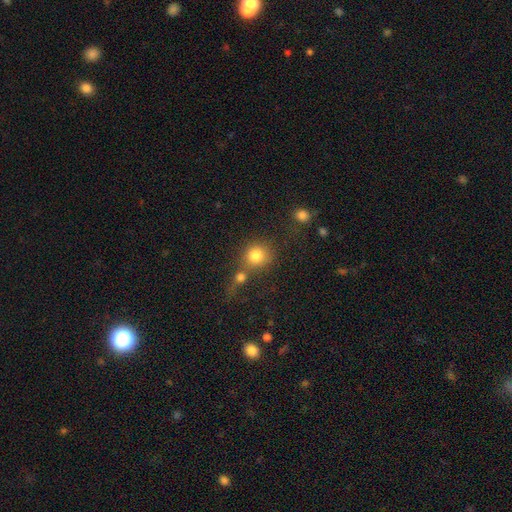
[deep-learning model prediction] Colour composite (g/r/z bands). It shows a smooth galaxy with no disk features (81%) that is round (86%). Merging: none (51%).